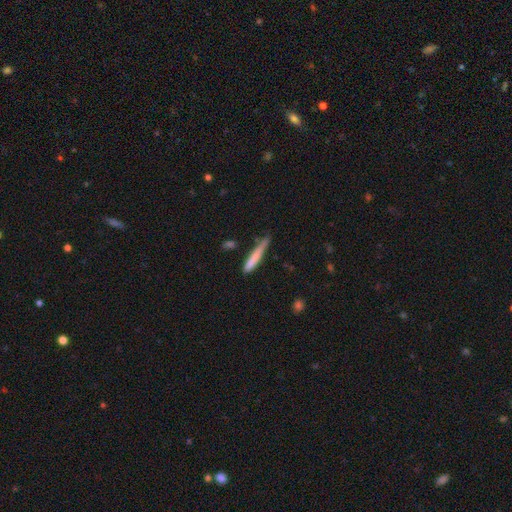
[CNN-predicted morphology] smooth_or_featured: smooth (p=0.72) [alt: featured or disk p=0.21]
how_rounded: cigar-shaped (p=0.95) [alt: in between p=0.03]
merging: none (p=0.69) [alt: minor disturbance p=0.23]